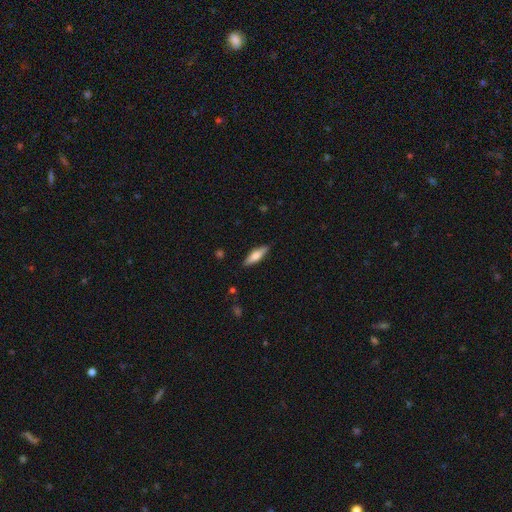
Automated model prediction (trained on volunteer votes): This appears to be a smooth galaxy with no disk features (58%) that is cigar-shaped (59%). Merging: none (87%).